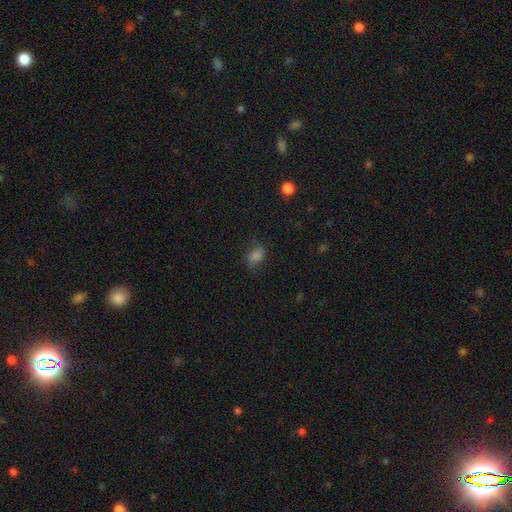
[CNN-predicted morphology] A smooth galaxy with no disk features (71%) that is in between round and cigar-shaped (73%). Merging: none (67%).